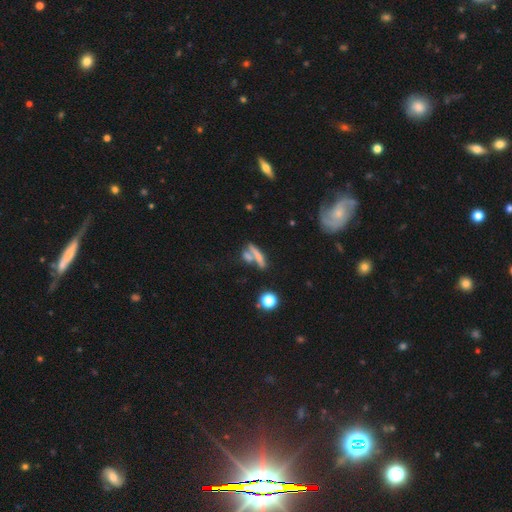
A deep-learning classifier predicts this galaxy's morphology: Overall: smooth (58%; featured or disk 29%). How rounded: cigar-shaped (67%). Merging: merger (41%, tied with none).